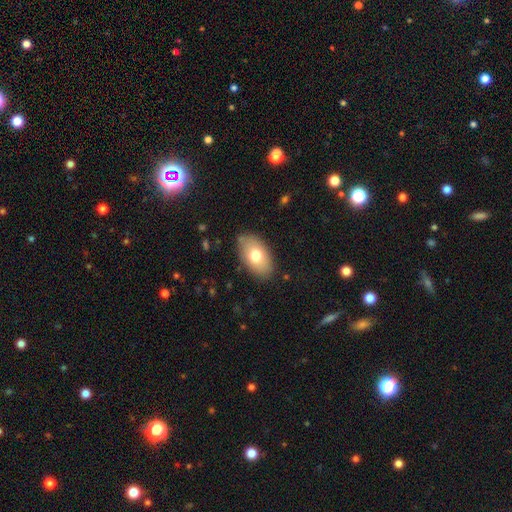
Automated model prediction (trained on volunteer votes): Morphology: type=smooth (73%); roundness=in between (92%); merging=none (83%).